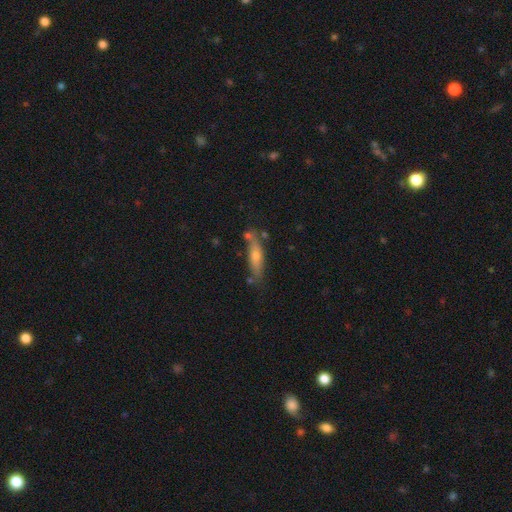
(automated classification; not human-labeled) smooth_or_featured: smooth (p=0.62) [alt: featured or disk p=0.32]
how_rounded: cigar-shaped (p=0.70) [alt: in between p=0.28]
merging: none (p=0.70) [alt: minor disturbance p=0.17]